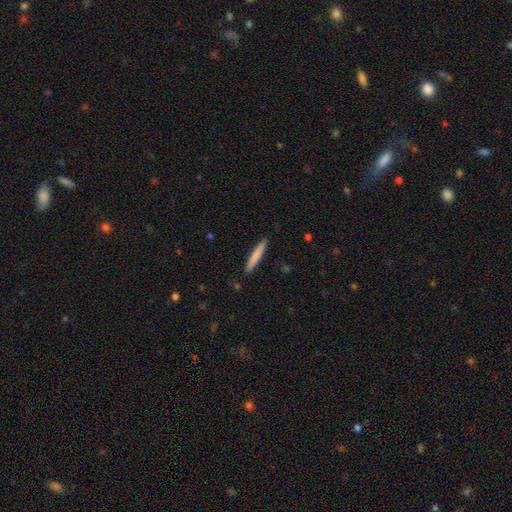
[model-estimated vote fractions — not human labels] A smooth galaxy with no disk features (75%) that is cigar-shaped (95%). Merging: none (89%).